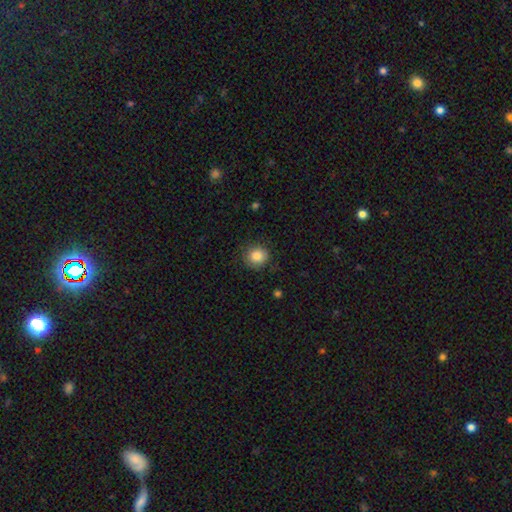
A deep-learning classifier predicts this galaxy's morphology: Smooth or featured? Predicted: smooth (p=0.86). How rounded? Predicted: round (p=0.88). Merging? Predicted: none (p=0.83).